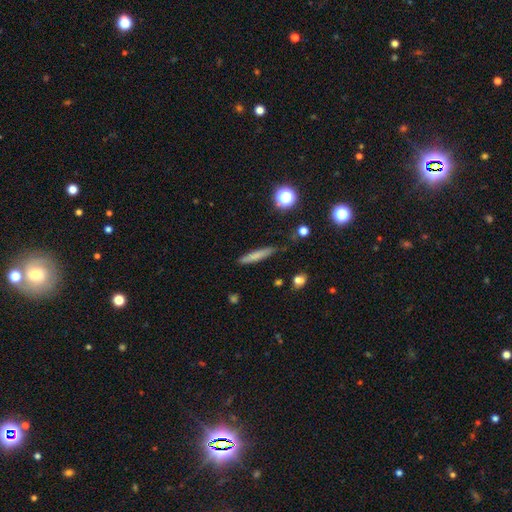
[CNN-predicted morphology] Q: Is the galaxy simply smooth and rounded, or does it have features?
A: smooth — 70%.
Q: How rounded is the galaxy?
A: cigar-shaped — 90%.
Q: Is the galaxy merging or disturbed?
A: none — 79%.